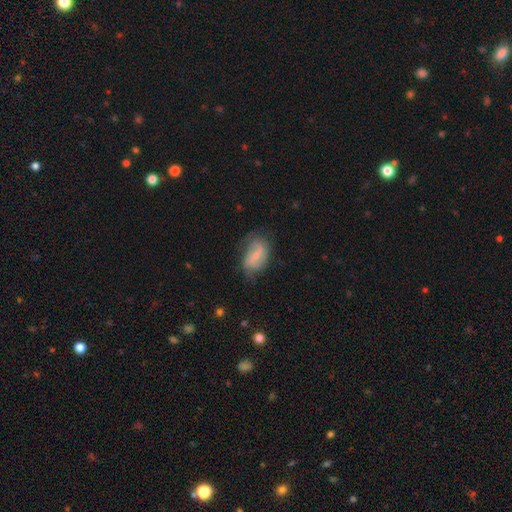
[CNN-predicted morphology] smooth_or_featured: featured or disk (p=0.66) [alt: smooth p=0.27]
disk_edge_on: no (p=0.96) [alt: yes p=0.04]
bar: weak (p=0.53) [alt: strong p=0.24]
has_spiral_arms: yes (p=0.86) [alt: no p=0.14]
spiral_winding: medium (p=0.43) [alt: loose p=0.32]
spiral_arm_count: 2 (p=0.73) [alt: can't tell p=0.16]
bulge_size: small (p=0.60) [alt: moderate p=0.26]
merging: none (p=0.60) [alt: minor disturbance p=0.27]